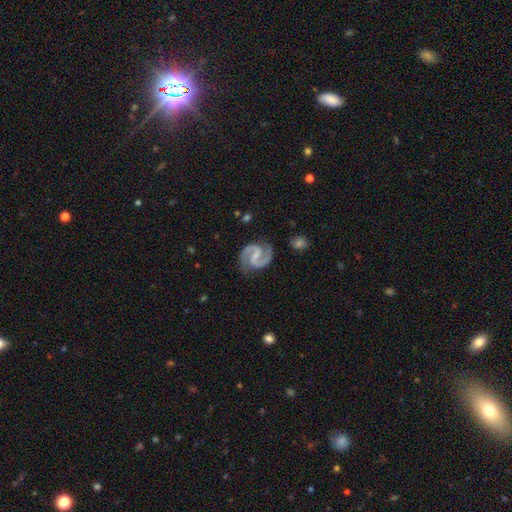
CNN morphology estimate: featured or disk 93%, star or artifact 3%, smooth 3%. Down the decision tree: edge-on disk — no (98%); bar — weak (47%); spiral arms — yes (99%); spiral arm count — 2 (95%); spiral winding — medium (65%); bulge size — small (52%); merging — none (84%).